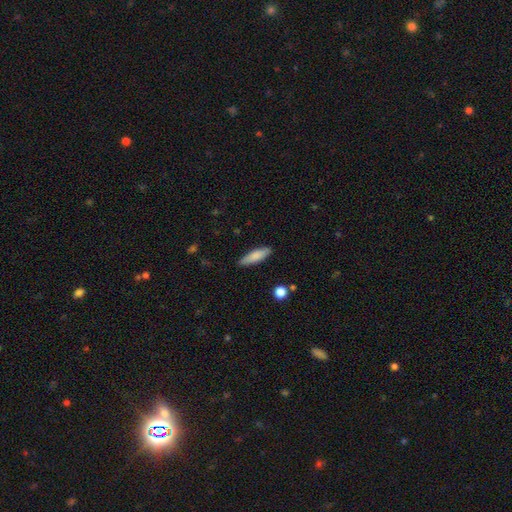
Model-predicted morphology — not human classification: smooth 81%, featured or disk 13%, star or artifact 6%. Down the decision tree: how rounded — cigar-shaped (61%); merging — none (86%).